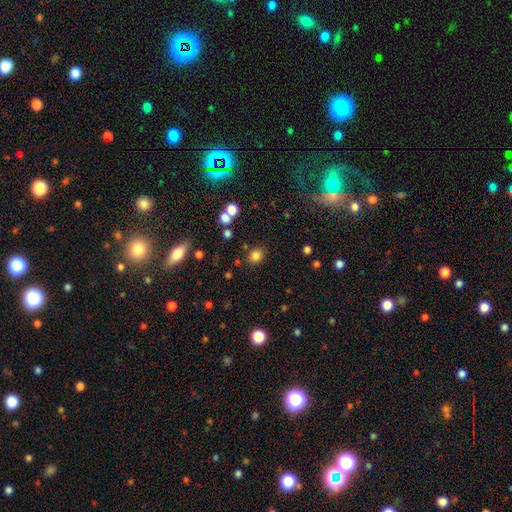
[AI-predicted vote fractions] Morphology: type=smooth (81%); roundness=round (74%); merging=none (82%).